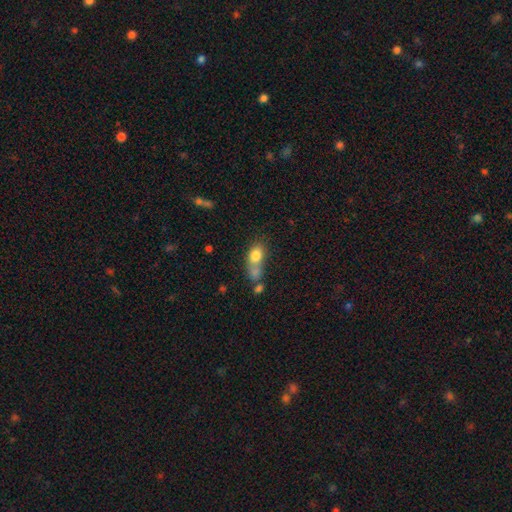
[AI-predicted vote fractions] smooth-or-featured: smooth: 75% | featured or disk: 15% | star or artifact: 10%
  how-rounded: in between: 70% | round: 23% | cigar-shaped: 7%
  merging: merger: 50% | none: 25% | minor disturbance: 14% | major disturbance: 11%